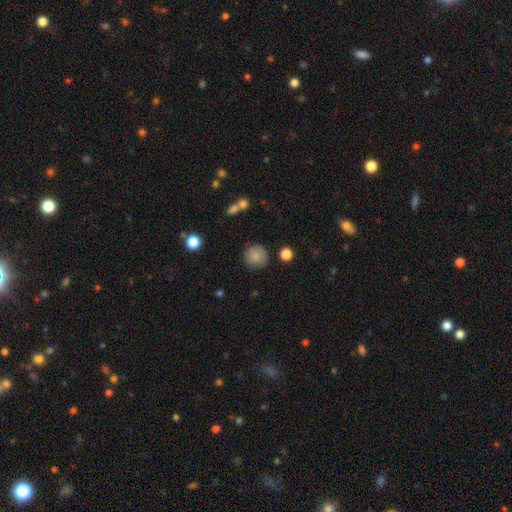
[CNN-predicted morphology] Smooth or featured? smooth (85%)
How rounded? round (92%)
Merging? none (83%)